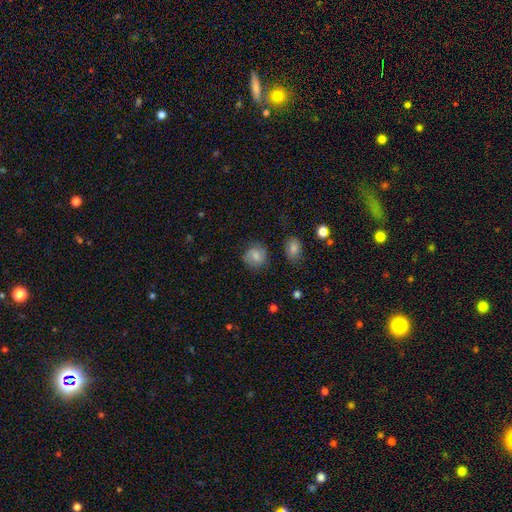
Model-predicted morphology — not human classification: This appears to be a smooth galaxy with no disk features (68%) that is round (81%). Merging: none (76%).